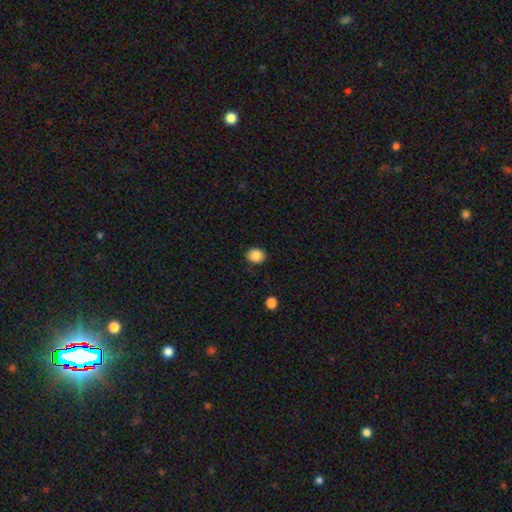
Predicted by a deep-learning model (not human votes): Morphology: type=smooth (88%); roundness=round (59%); merging=none (88%).